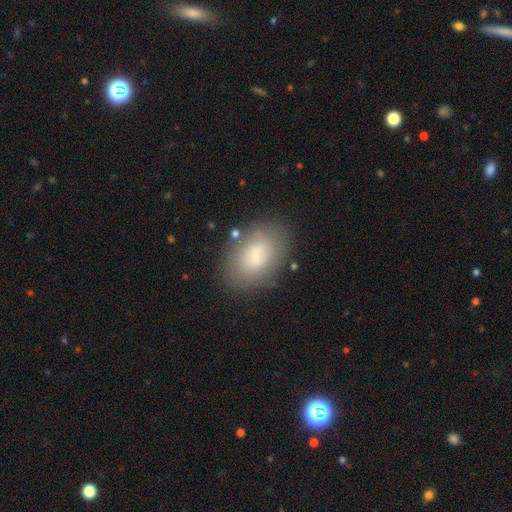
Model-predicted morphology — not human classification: Q: Smooth or featured?
A: smooth (72%); runner-up: featured or disk (19%)
Q: How rounded?
A: in between (87%); runner-up: round (12%)
Q: Merging?
A: none (79%); runner-up: minor disturbance (13%)